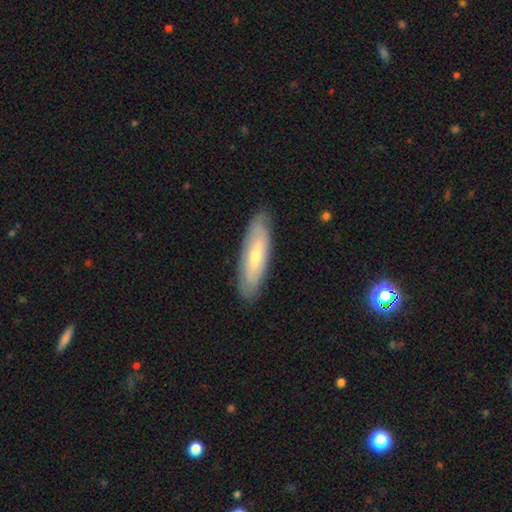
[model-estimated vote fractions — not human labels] This is possibly a smooth galaxy (48%). Merging: clearly none (85%).